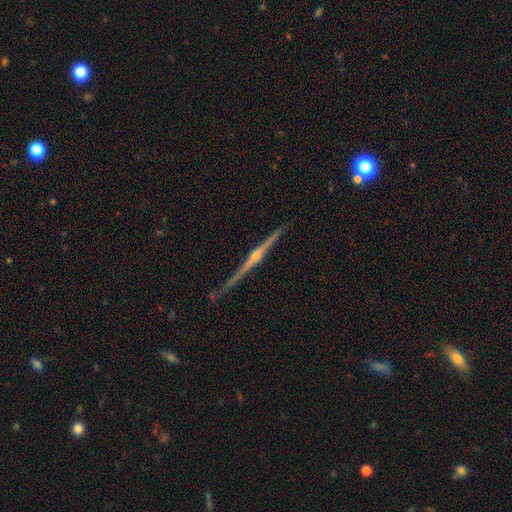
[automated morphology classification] smooth_or_featured: featured or disk (p=0.87) [alt: smooth p=0.07]
disk_edge_on: yes (p=0.98) [alt: no p=0.02]
edge_on_bulge: rounded (p=0.87) [alt: none p=0.08]
merging: none (p=0.86) [alt: minor disturbance p=0.10]